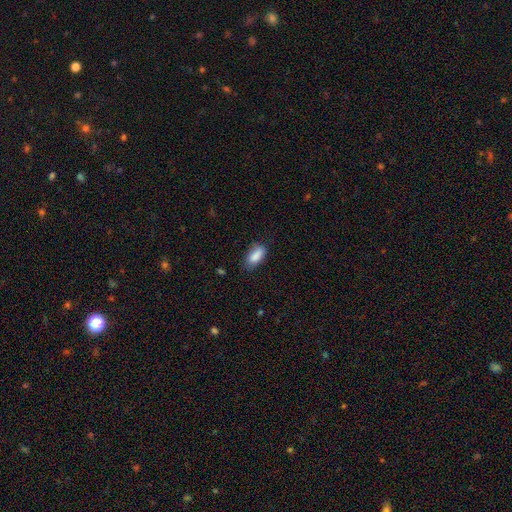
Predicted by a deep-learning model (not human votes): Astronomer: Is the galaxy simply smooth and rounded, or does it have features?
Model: smooth — 88%.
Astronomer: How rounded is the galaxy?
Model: in between — 88%.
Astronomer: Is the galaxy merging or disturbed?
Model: none — 73%.